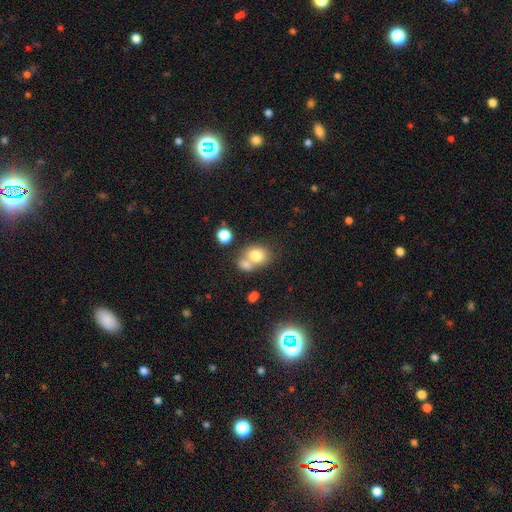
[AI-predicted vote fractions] smooth-or-featured: smooth: 76% | featured or disk: 13% | star or artifact: 11%
  how-rounded: round: 54% | in between: 45% | cigar-shaped: 1%
  merging: merger: 50% | none: 35% | minor disturbance: 10% | major disturbance: 5%